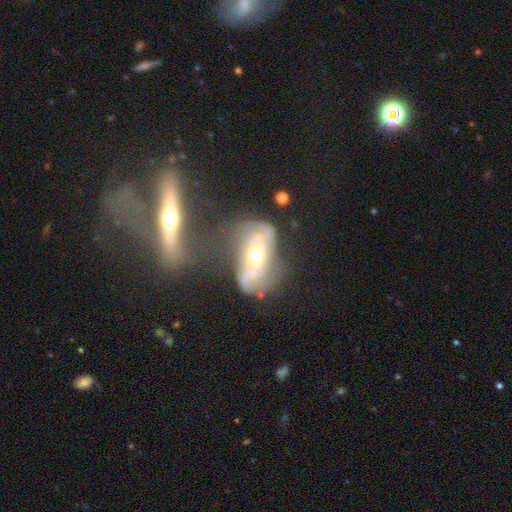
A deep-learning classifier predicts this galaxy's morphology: type=featured or disk (75%); edge-on=no (88%); bar=no (52%); spiral arms=yes (76%); winding=loose (40%); arm count=2 (71%); bulge=moderate (56%); merging=none (35%).